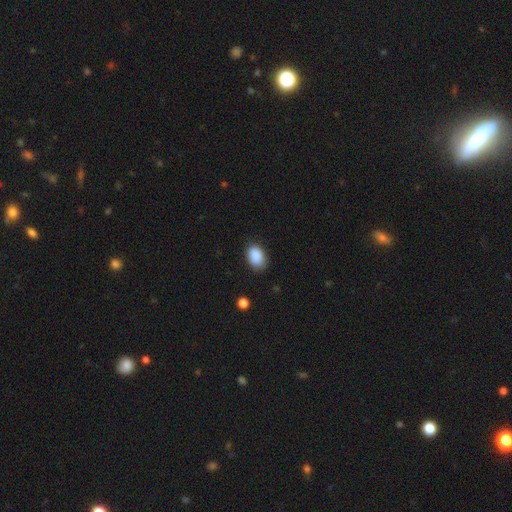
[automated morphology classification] The model was most divided on "merging": none: 81%, minor disturbance: 15%, major disturbance: 3%, merger: 1%. More confident: smooth or featured — smooth (89%); how rounded — in between (86%).